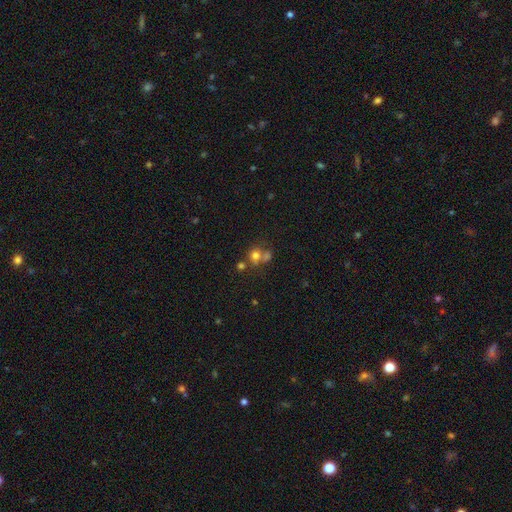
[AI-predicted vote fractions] Smooth or featured?
  - smooth: 68% *
  - star or artifact: 18%
  - featured or disk: 15%
How rounded?
  - round: 83% *
  - in between: 16%
  - cigar-shaped: 1%
Merging?
  - none: 47% *
  - merger: 39%
  - minor disturbance: 9%
  - major disturbance: 5%